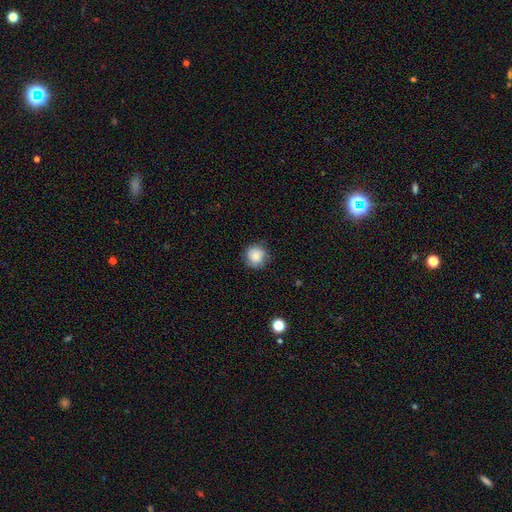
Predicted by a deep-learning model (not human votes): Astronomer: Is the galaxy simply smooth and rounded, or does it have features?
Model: smooth — 80%.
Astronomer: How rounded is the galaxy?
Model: round — 92%.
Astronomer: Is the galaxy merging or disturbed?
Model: none — 82%.